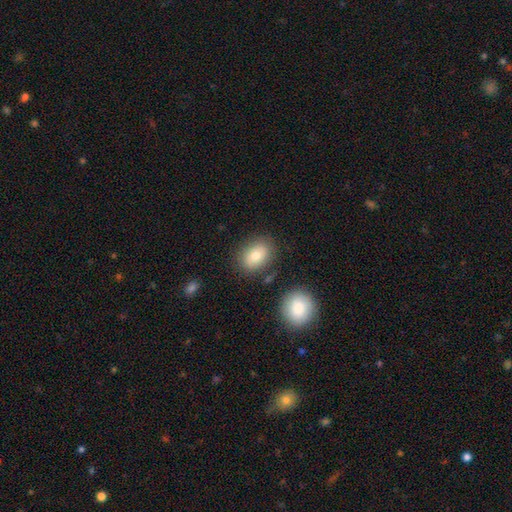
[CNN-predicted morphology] This is likely a smooth galaxy (80%). How rounded: likely in between (69%). Merging: likely none (78%).